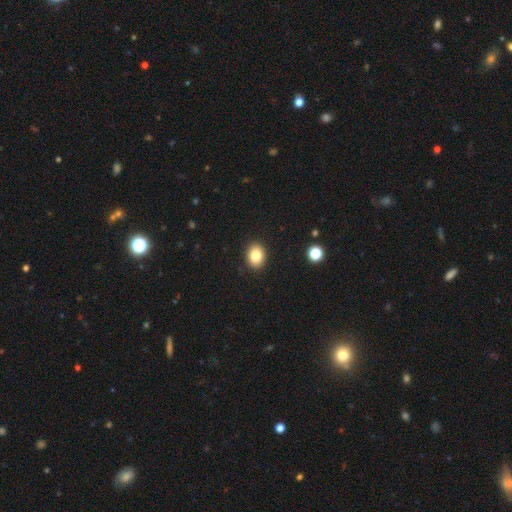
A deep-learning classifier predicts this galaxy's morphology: This is clearly a smooth galaxy (83%). How rounded: possibly in between (57%). Merging: clearly none (91%).